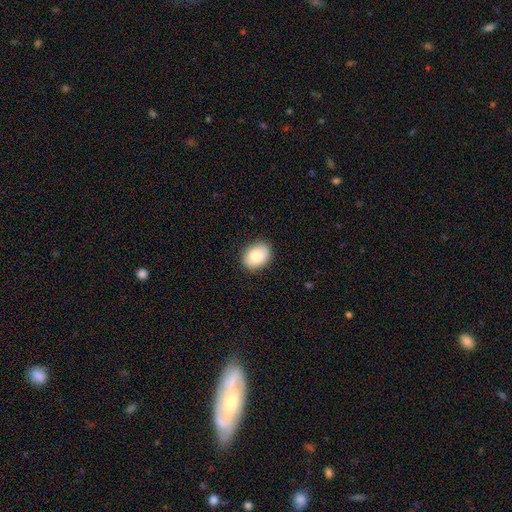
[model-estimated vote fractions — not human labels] Morphology: type=smooth (79%); roundness=in between (57%); merging=none (86%).